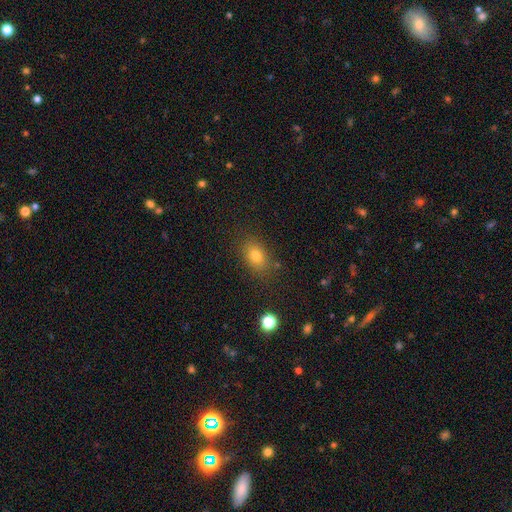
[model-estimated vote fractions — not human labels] smooth_or_featured: smooth (p=0.78) [alt: star or artifact p=0.13]
how_rounded: in between (p=0.76) [alt: round p=0.22]
merging: none (p=0.83) [alt: minor disturbance p=0.11]